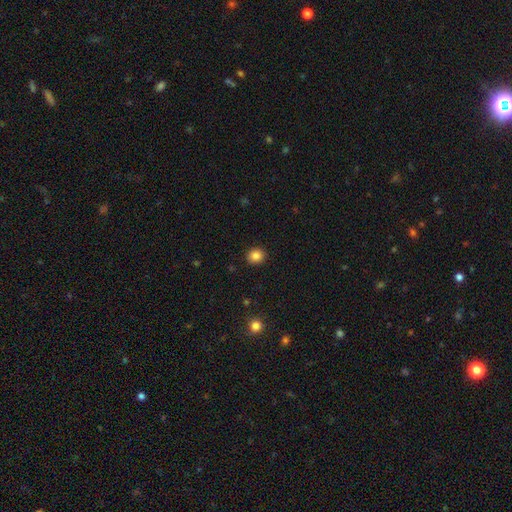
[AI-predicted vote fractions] smooth-or-featured: smooth: 85% | star or artifact: 11% | featured or disk: 4%
  how-rounded: round: 81% | in between: 18% | cigar-shaped: 1%
  merging: none: 91% | minor disturbance: 6% | major disturbance: 2% | merger: 1%